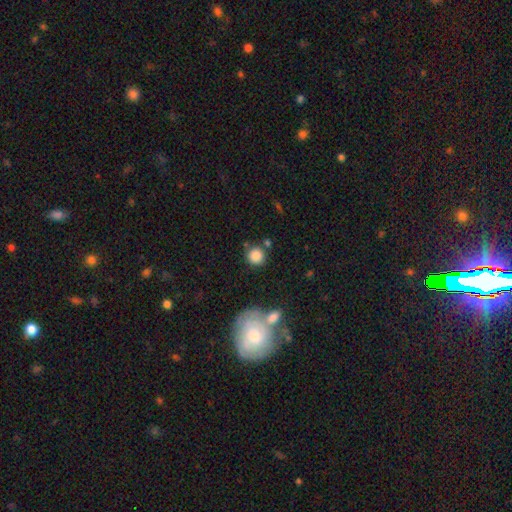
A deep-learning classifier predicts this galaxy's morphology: Smooth or featured: smooth — 85% (star or artifact — 9%)
How rounded: round — 90% (in between — 9%)
Merging: none — 75% (minor disturbance — 11%)